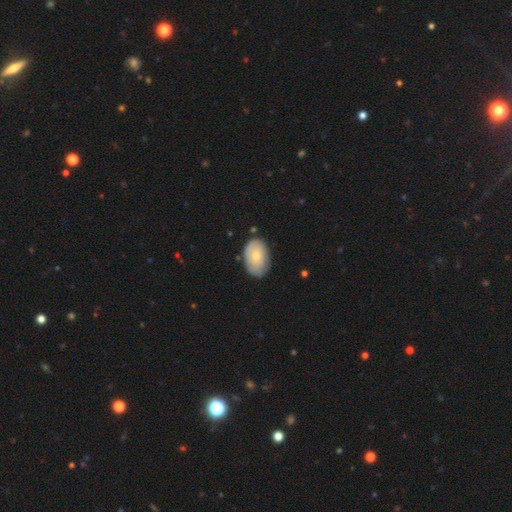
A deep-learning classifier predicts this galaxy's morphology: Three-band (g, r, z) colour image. It shows a smooth galaxy with no disk features (69%) that is in between round and cigar-shaped (88%). Merging: none (74%).